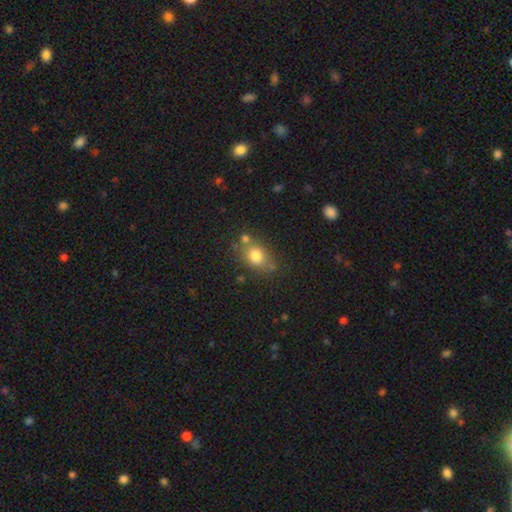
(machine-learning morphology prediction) A smooth galaxy with no disk features (76%) that is in between round and cigar-shaped (59%).

Vote fractions:
- Smooth or featured? smooth: 76% / featured or disk: 13% / star or artifact: 11%
- How rounded? in between: 59% / round: 39% / cigar-shaped: 2%
- Merging? none: 60% / minor disturbance: 19% / merger: 14% / major disturbance: 7%